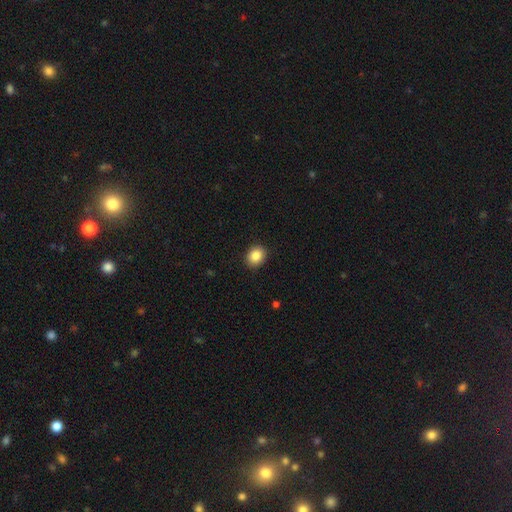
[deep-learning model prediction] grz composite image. It shows a smooth galaxy with no disk features (86%) that is round (58%). Merging: none (90%).